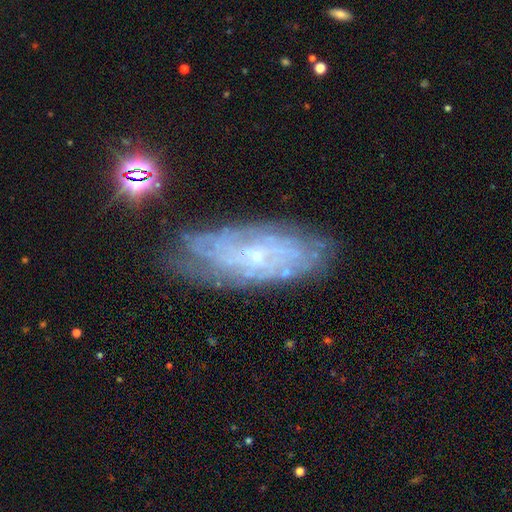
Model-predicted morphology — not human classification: Smooth or featured?
  - featured or disk: 77% *
  - smooth: 14%
  - star or artifact: 9%
Edge-on disk?
  - no: 87% *
  - yes: 13%
Bar?
  - no: 68% *
  - weak: 25%
  - strong: 6%
Spiral arms?
  - yes: 88% *
  - no: 12%
Spiral winding?
  - tight: 70% *
  - medium: 23%
  - loose: 7%
Spiral arm count?
  - can't tell: 56% *
  - 4: 11%
  - 2: 10%
  - more than 4: 9%
  - 3: 9%
  - 1: 5%
Bulge size?
  - small: 82% *
  - moderate: 13%
  - none: 3%
  - large: 1%
  - dominant: 1%
Merging?
  - none: 72% *
  - minor disturbance: 19%
  - major disturbance: 6%
  - merger: 2%